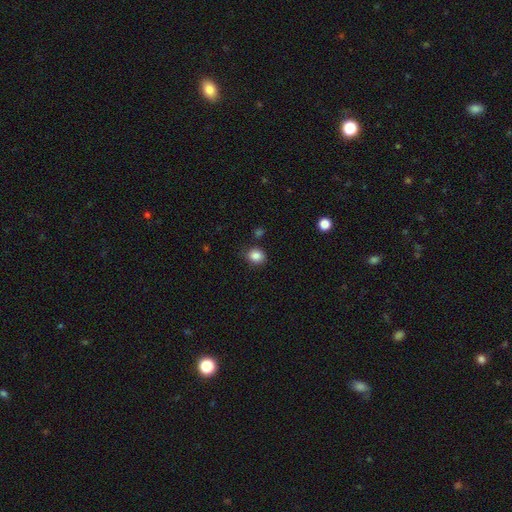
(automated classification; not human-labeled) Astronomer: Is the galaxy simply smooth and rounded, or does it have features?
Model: smooth — 85%.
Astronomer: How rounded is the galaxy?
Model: round — 67%.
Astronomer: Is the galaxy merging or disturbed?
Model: none — 80%.